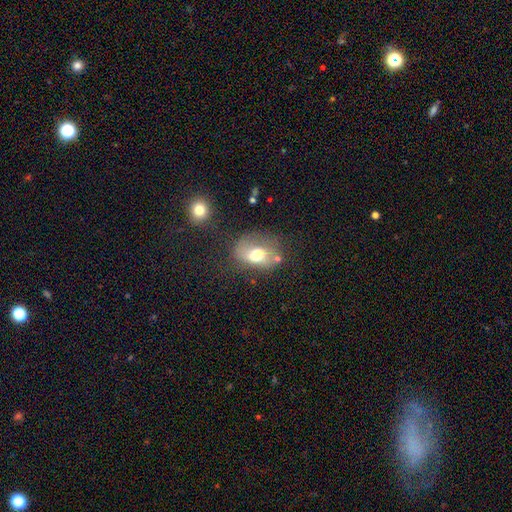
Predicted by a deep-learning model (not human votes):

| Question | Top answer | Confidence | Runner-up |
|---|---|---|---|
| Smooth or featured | smooth | 58% | featured or disk (32%) |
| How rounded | in between | 69% | round (30%) |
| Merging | none | 47% | minor disturbance (27%) |